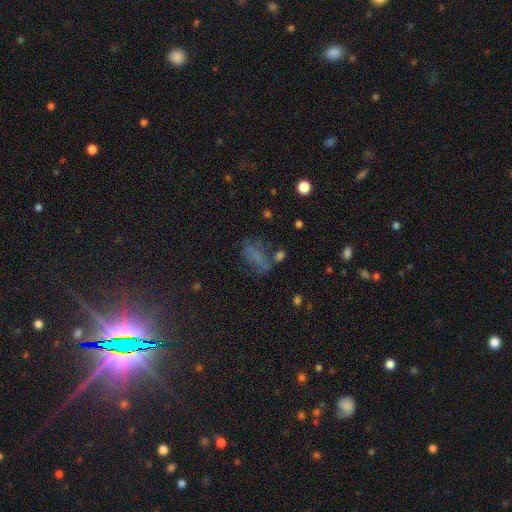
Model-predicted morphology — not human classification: This appears to be a smooth galaxy with no disk features (56%) that is in between round and cigar-shaped (77%). Merging: none (46%).